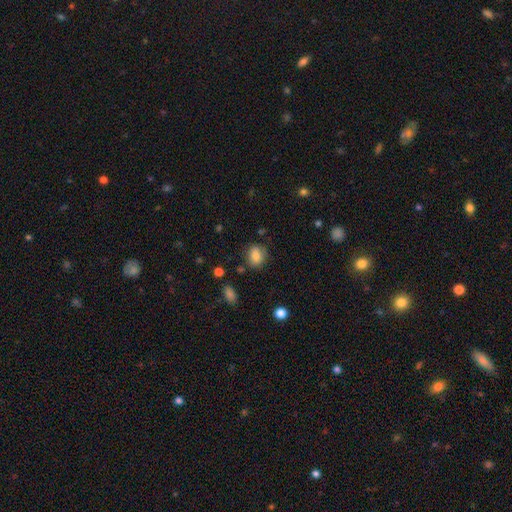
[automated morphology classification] Smooth or featured? smooth (80%)
How rounded? in between (50%)
Merging? none (76%)